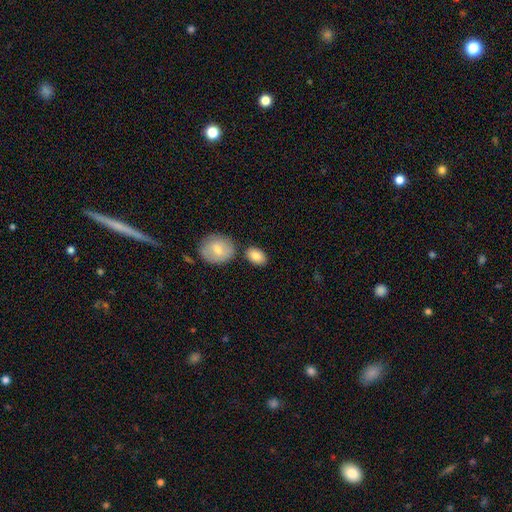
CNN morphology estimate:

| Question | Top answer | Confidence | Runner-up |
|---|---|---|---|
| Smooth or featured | smooth | 84% | featured or disk (10%) |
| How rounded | in between | 85% | round (14%) |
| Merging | none | 72% | merger (13%) |